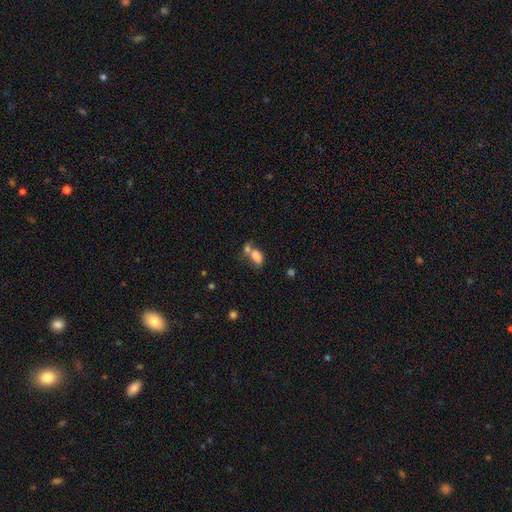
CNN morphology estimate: This is likely a smooth galaxy (79%). How rounded: clearly in between (87%). Merging: possibly merger (50%).